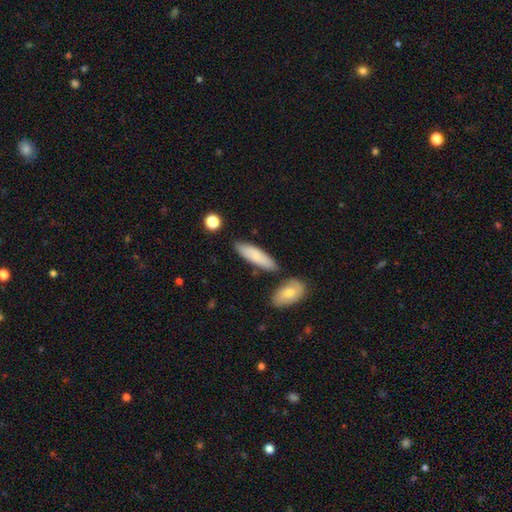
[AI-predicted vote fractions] A smooth galaxy with no disk features (78%) that is cigar-shaped (56%). Merging: none (75%).